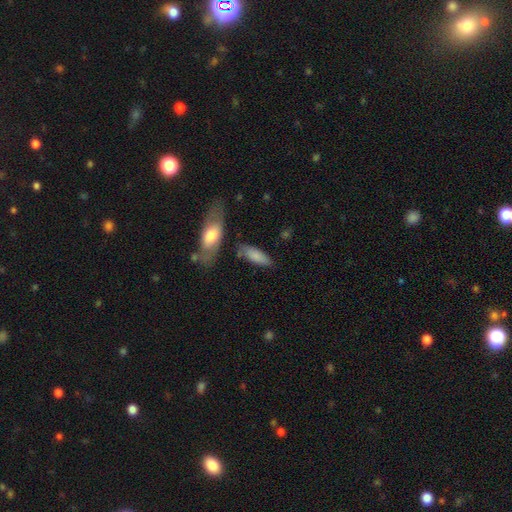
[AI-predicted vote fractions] This appears to be a smooth galaxy with no disk features (81%) that is in between round and cigar-shaped (68%). Merging: none (67%).